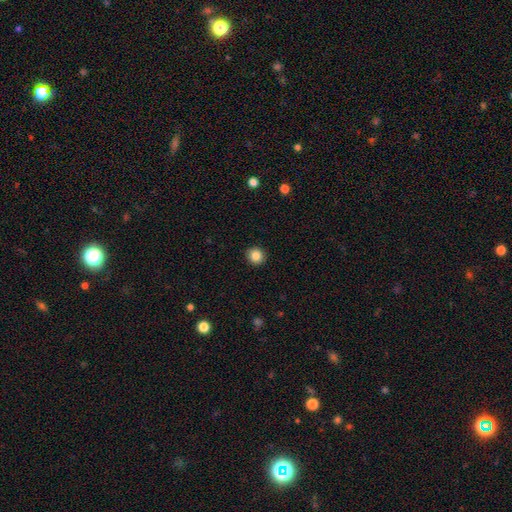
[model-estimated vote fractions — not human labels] A smooth galaxy with no disk features (85%) that is round (91%).

Vote fractions:
- Smooth or featured? smooth: 85% / star or artifact: 10% / featured or disk: 5%
- How rounded? round: 91% / in between: 8% / cigar-shaped: 1%
- Merging? none: 92% / minor disturbance: 5% / major disturbance: 2% / merger: 1%